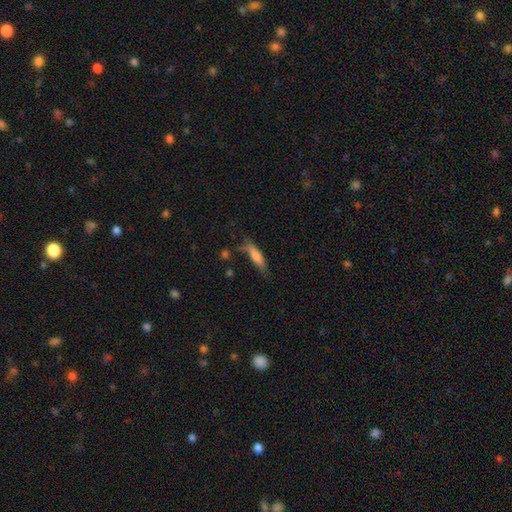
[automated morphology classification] smooth 69%, featured or disk 23%, star or artifact 8%. Down the decision tree: how rounded — cigar-shaped (69%); merging — none (58%).